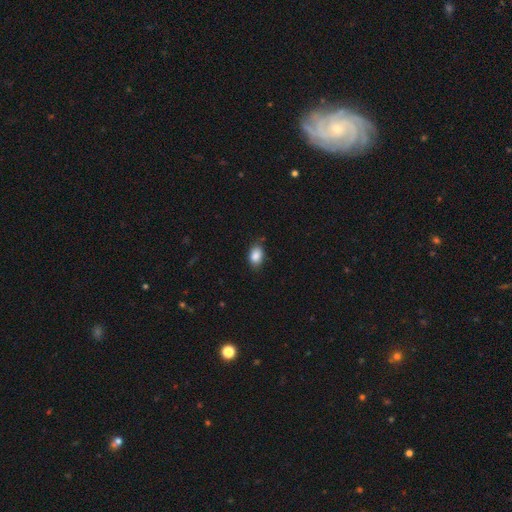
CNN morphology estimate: Smooth or featured: smooth — 87% (star or artifact — 8%)
How rounded: in between — 84% (round — 14%)
Merging: none — 80% (minor disturbance — 16%)